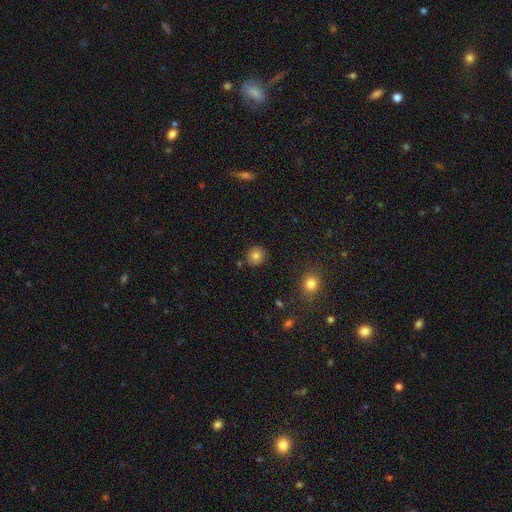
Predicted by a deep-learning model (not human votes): This appears to be a smooth galaxy with no disk features (80%) that is round (90%). Merging: none (86%).